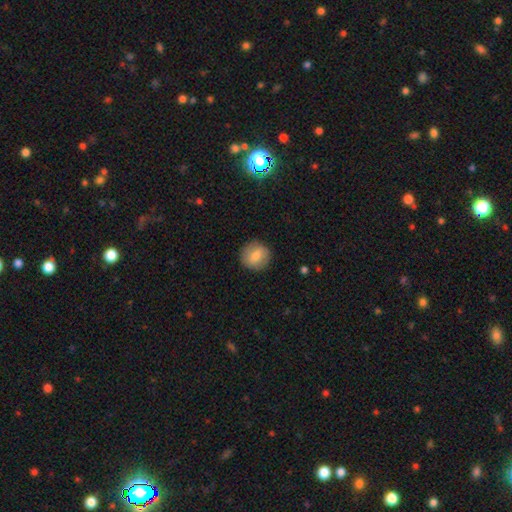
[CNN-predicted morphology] Smooth or featured? Predicted: smooth (p=0.74). How rounded? Predicted: round (p=0.88). Merging? Predicted: none (p=0.89).